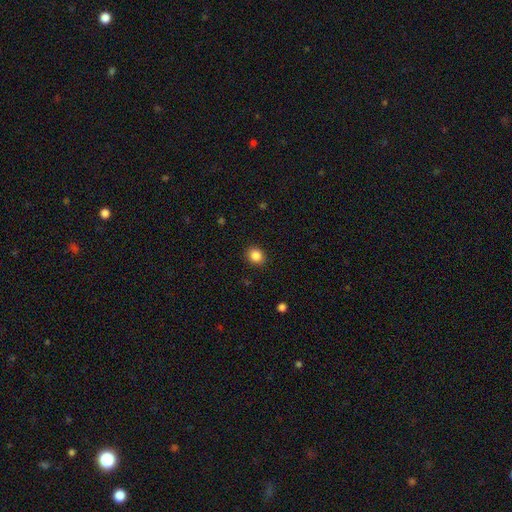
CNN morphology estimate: This appears to be a smooth galaxy with no disk features (86%) that is round (74%). Merging: none (90%).